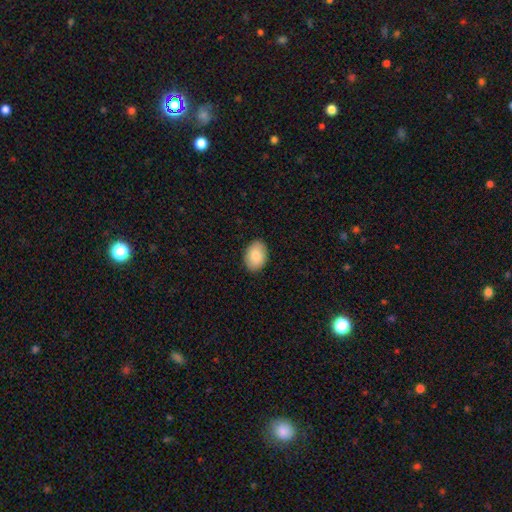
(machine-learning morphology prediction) Smooth or featured: smooth — 84% (featured or disk — 9%)
How rounded: in between — 82% (round — 17%)
Merging: none — 89% (minor disturbance — 8%)